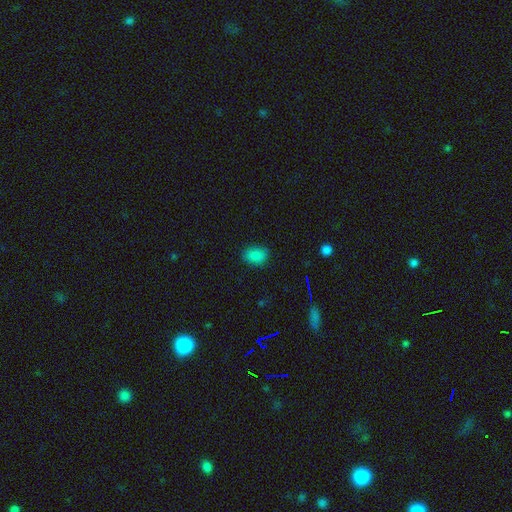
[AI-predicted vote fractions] This appears to be a smooth galaxy with no disk features (85%) that is in between round and cigar-shaped (76%). Merging: none (83%).